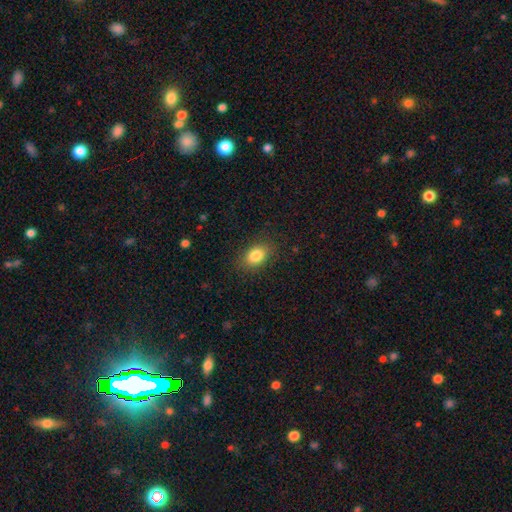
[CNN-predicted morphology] The model was most divided on "how rounded": in between: 79%, round: 19%, cigar-shaped: 1%. More confident: merging — none (85%); smooth or featured — smooth (84%).